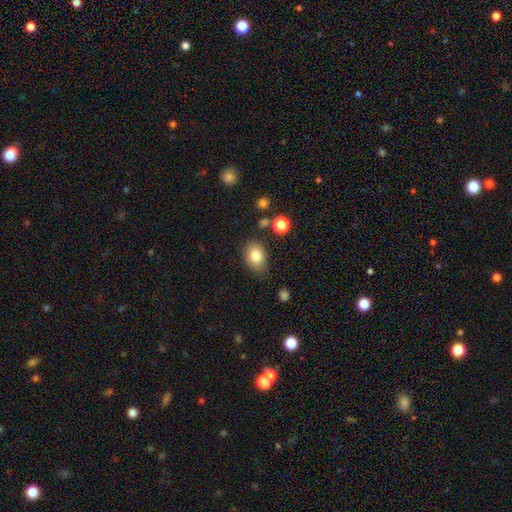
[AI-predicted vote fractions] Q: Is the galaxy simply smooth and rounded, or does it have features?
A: smooth — 82%.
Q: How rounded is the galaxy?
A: in between — 74%.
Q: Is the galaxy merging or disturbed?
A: none — 80%.